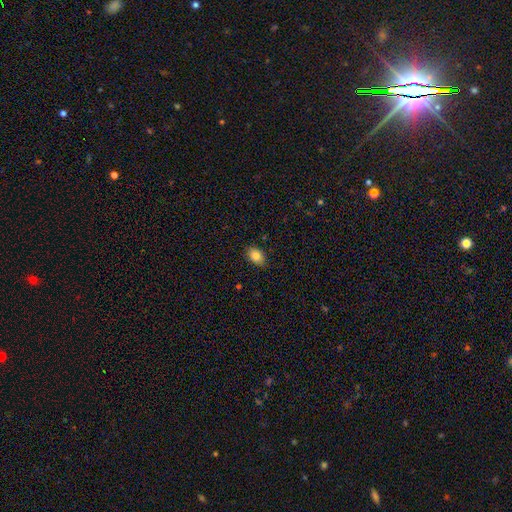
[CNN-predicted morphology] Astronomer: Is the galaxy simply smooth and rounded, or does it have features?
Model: smooth — 85%.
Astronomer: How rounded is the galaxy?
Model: in between — 85%.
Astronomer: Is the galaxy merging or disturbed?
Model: none — 85%.